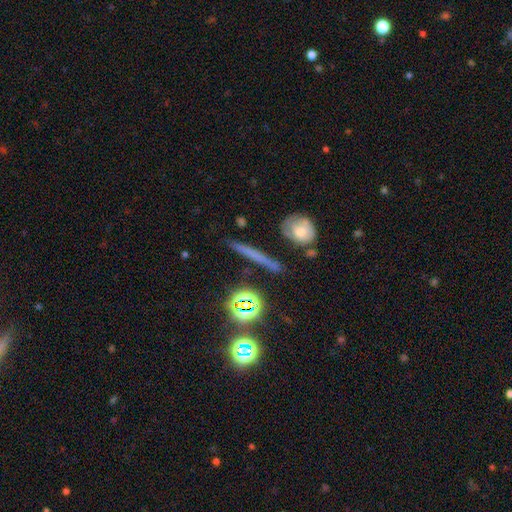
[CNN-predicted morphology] Smooth or featured? Predicted: smooth (p=0.40). Merging? Predicted: none (p=0.83).